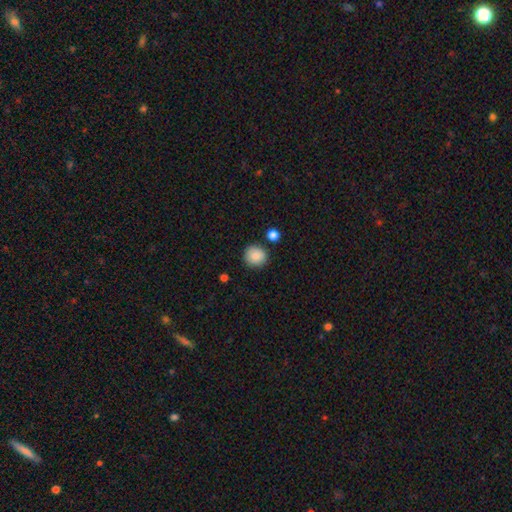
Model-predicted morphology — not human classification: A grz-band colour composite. It shows a smooth galaxy with no disk features (87%) that is round (92%). Merging: none (86%).